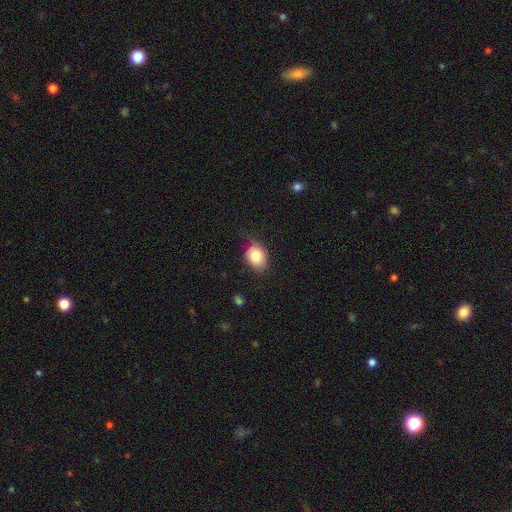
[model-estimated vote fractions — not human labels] This appears to be a smooth galaxy with no disk features (82%) that is in between round and cigar-shaped (66%). Merging: none (75%).